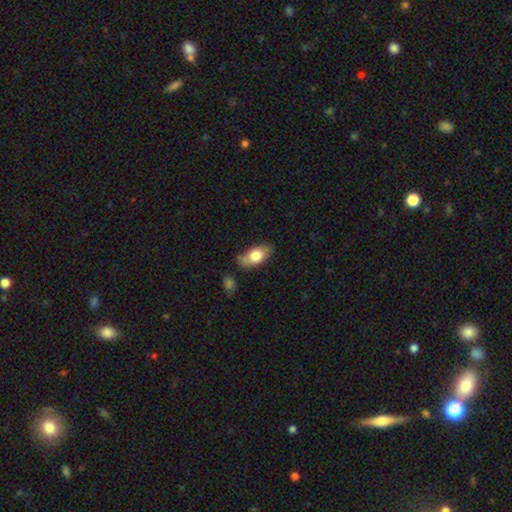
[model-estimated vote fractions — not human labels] smooth 74%, featured or disk 19%, star or artifact 7%. Down the decision tree: how rounded — in between (90%); merging — none (68%).